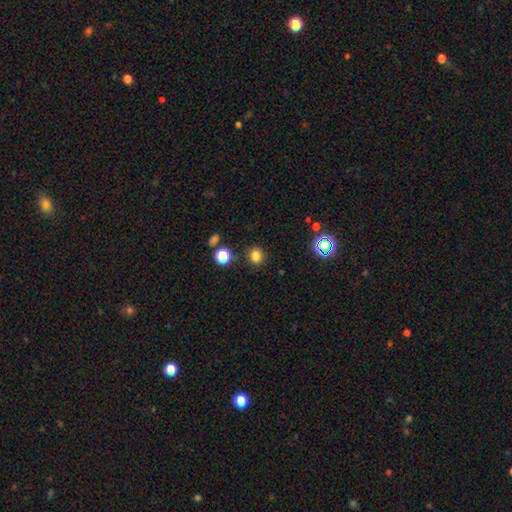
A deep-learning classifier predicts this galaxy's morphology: A smooth galaxy with no disk features (81%) that is round (83%). Merging: none (87%).